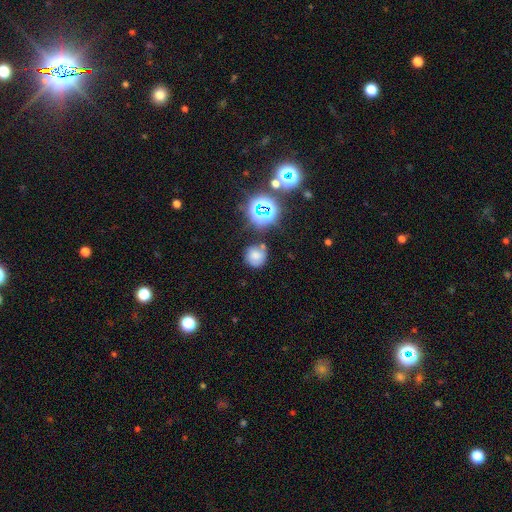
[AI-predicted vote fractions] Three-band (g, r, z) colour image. It shows a smooth galaxy with no disk features (62%) that is round (88%). Merging: none (64%).